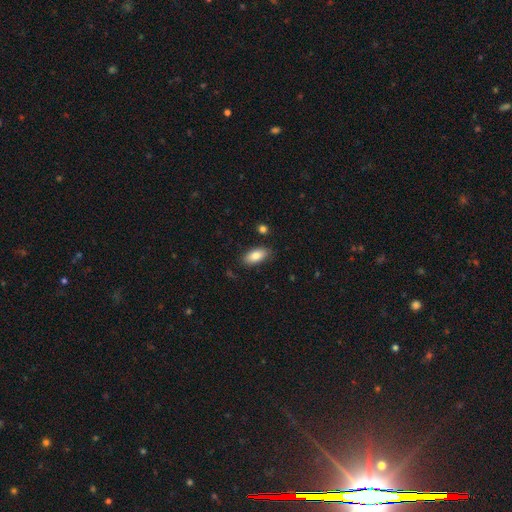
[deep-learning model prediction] Smooth or featured? Predicted: smooth (p=0.85). How rounded? Predicted: in between (p=0.91). Merging? Predicted: none (p=0.84).